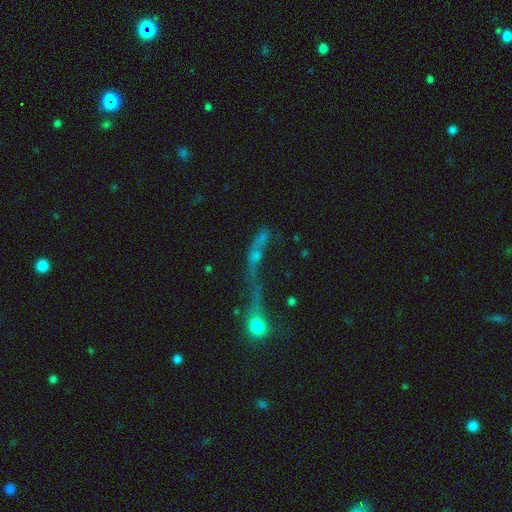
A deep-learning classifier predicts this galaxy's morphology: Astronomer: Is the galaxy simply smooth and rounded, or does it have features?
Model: featured or disk — 37% (runner-up: smooth, 33%).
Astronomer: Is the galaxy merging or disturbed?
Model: merger — 44% (runner-up: major disturbance, 26%).